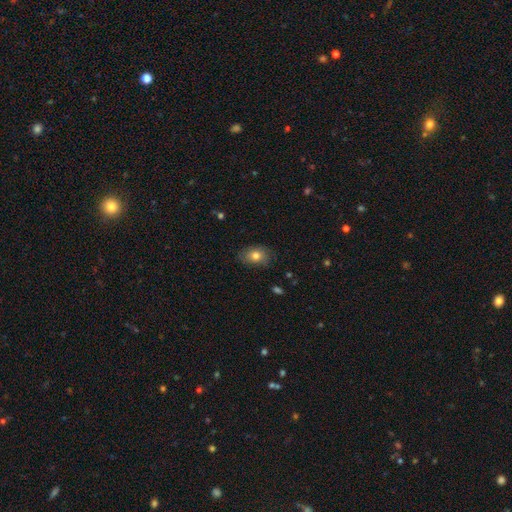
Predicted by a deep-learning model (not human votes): This is likely a smooth galaxy (79%). How rounded: likely in between (77%). Merging: clearly none (81%).